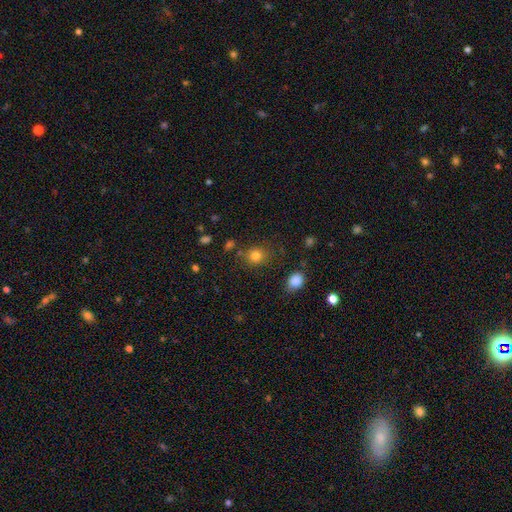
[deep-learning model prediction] Smooth or featured: smooth — 81% (star or artifact — 13%)
How rounded: round — 78% (in between — 21%)
Merging: none — 79% (minor disturbance — 12%)